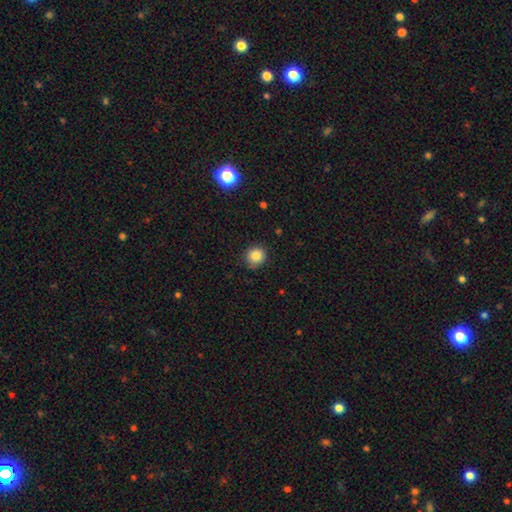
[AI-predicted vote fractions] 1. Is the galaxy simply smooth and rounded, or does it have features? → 83% smooth, 11% star or artifact, 6% featured or disk.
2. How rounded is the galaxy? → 89% round, 10% in between, 1% cigar-shaped.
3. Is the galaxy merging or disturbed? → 84% none, 13% minor disturbance, 2% major disturbance, 1% merger.